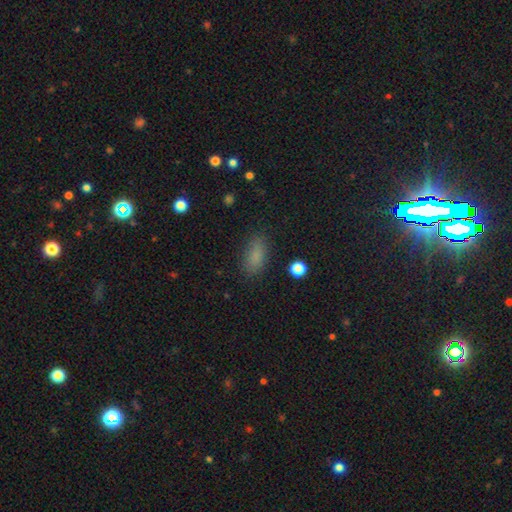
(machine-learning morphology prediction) smooth 82%, star or artifact 12%, featured or disk 6%. Down the decision tree: how rounded — in between (86%); merging — none (84%).